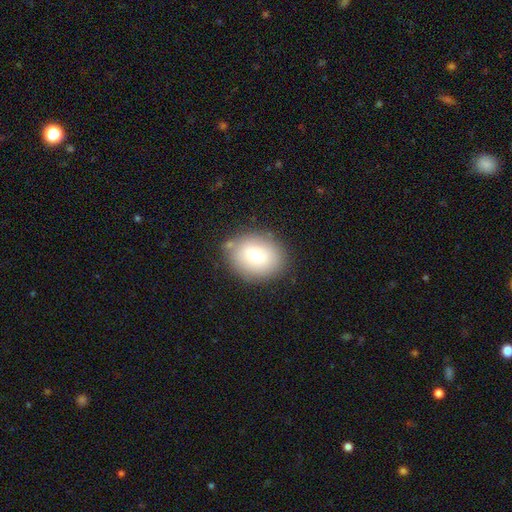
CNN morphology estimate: type=smooth (72%); roundness=round (50%); merging=none (80%).